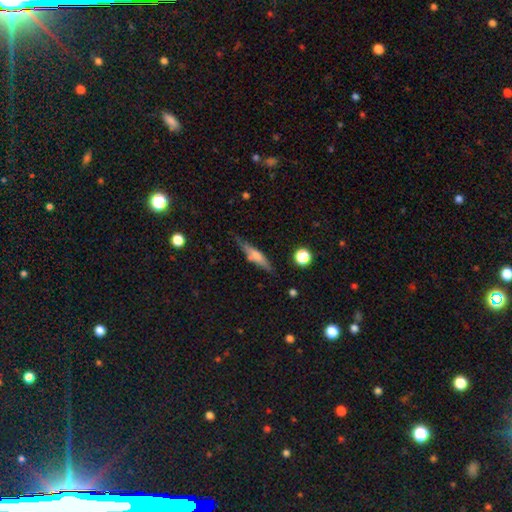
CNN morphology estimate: A smooth galaxy with no disk features (49%).

Vote fractions:
- Smooth or featured? smooth: 49% / featured or disk: 43% / star or artifact: 8%
- Merging? none: 73% / minor disturbance: 18% / merger: 5% / major disturbance: 4%